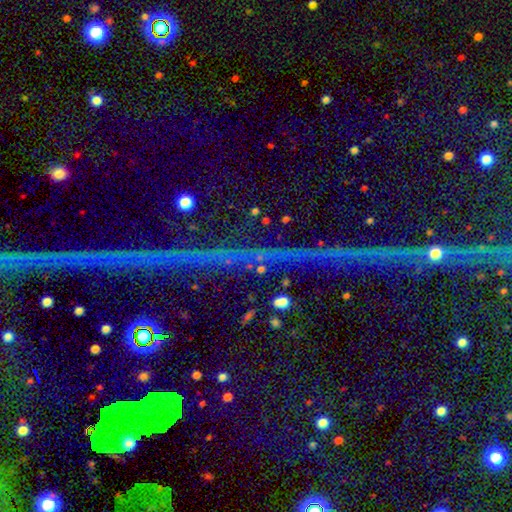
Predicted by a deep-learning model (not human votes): Smooth or featured? star or artifact (83%)